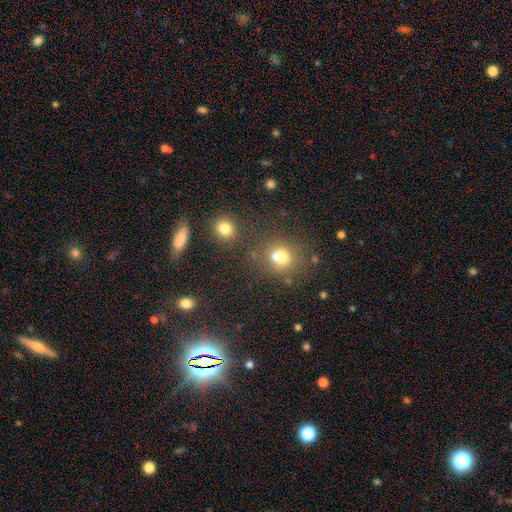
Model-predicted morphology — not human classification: This is possibly a smooth galaxy (52%). How rounded: clearly round (81%). Merging: likely none (79%).